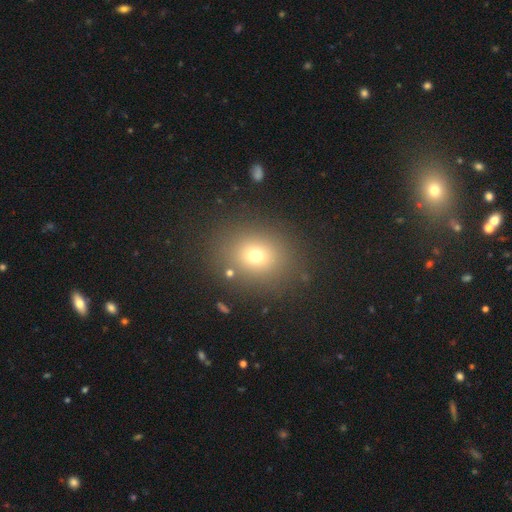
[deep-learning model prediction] Smooth or featured: smooth — 70% (star or artifact — 18%)
How rounded: round — 69% (in between — 30%)
Merging: none — 85% (minor disturbance — 8%)